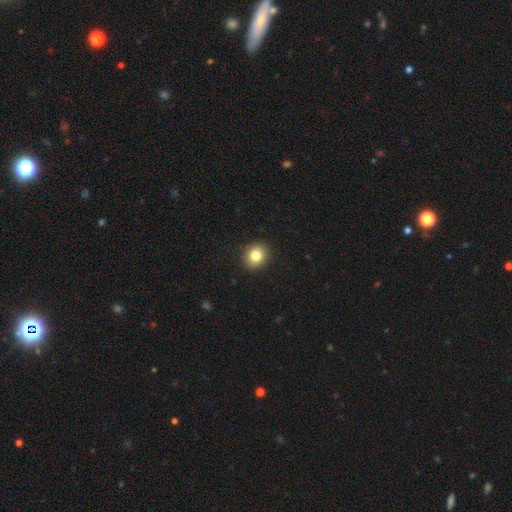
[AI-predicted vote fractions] Overall: smooth (83%). How rounded: round (70%). Merging: none (91%).